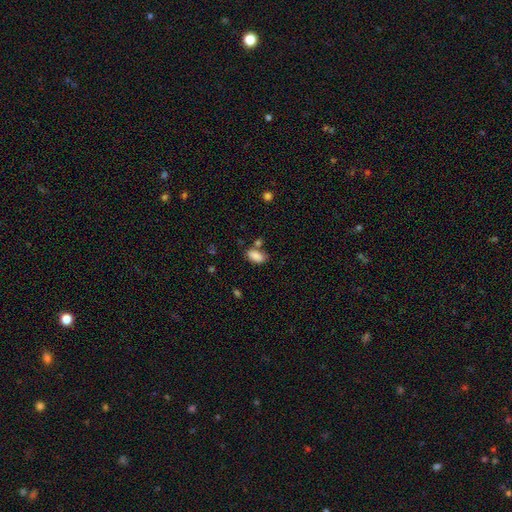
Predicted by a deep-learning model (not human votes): Q: Smooth or featured?
A: smooth (86%); runner-up: star or artifact (8%)
Q: How rounded?
A: in between (92%); runner-up: round (4%)
Q: Merging?
A: none (63%); runner-up: minor disturbance (17%)